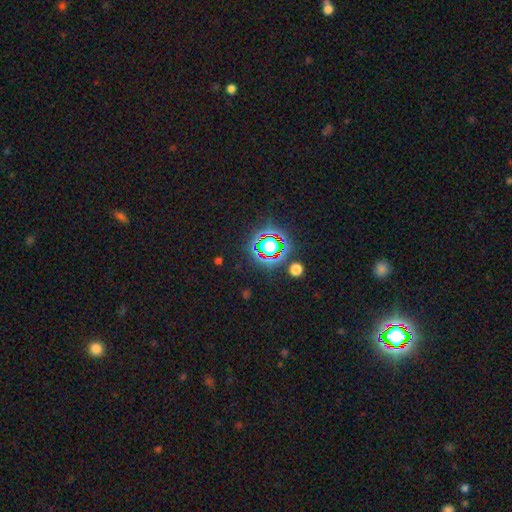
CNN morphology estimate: Smooth or featured: star or artifact — 80% (smooth — 13%)